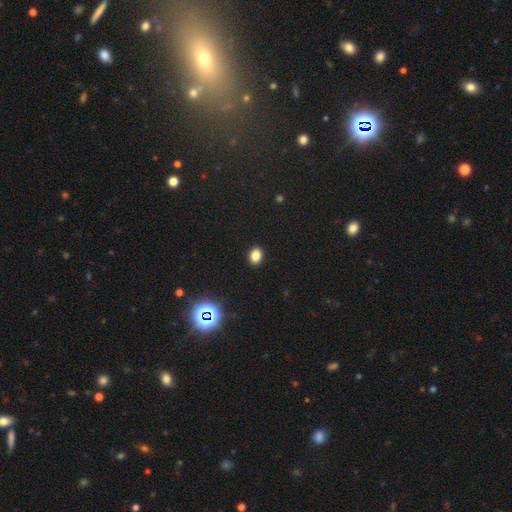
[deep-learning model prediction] The model was most divided on "how rounded": in between: 59%, round: 40%, cigar-shaped: 1%. More confident: merging — none (91%); smooth or featured — smooth (83%).